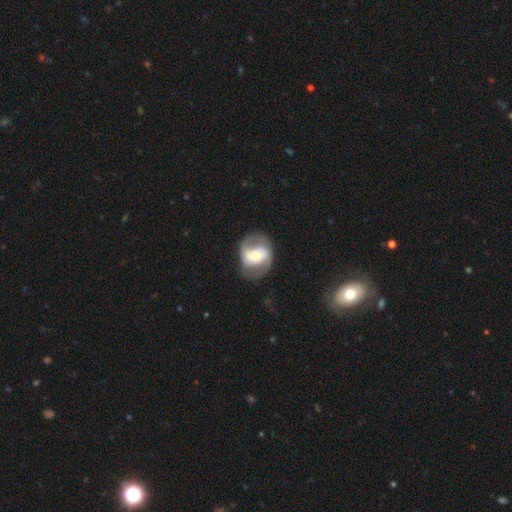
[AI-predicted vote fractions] Smooth or featured: featured or disk — 71% (smooth — 24%)
Edge-on disk: no — 96% (yes — 4%)
Bar: strong — 40% (weak — 31%)
Spiral arms: yes — 71% (no — 29%)
Bulge size: moderate — 59% (small — 25%)
Merging: none — 75% (minor disturbance — 14%)